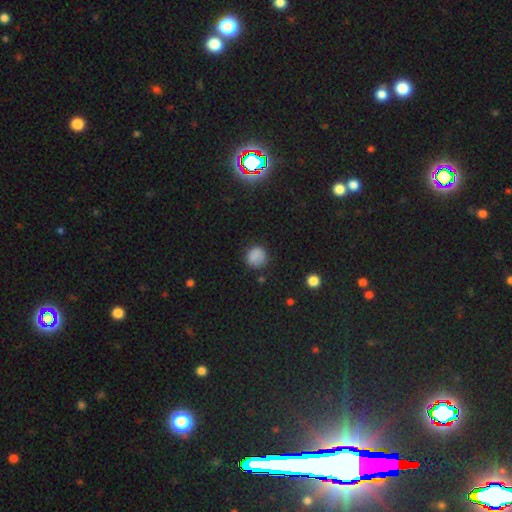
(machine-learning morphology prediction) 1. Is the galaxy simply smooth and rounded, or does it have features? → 81% smooth, 13% star or artifact, 7% featured or disk.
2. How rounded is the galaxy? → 85% round, 13% in between, 1% cigar-shaped.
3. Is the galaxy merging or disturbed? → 76% none, 17% minor disturbance, 5% major disturbance, 2% merger.